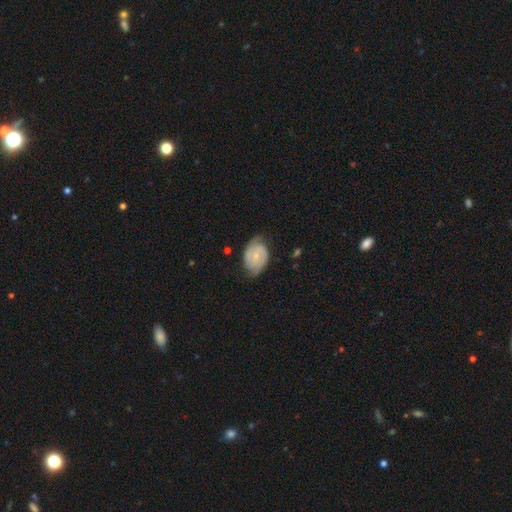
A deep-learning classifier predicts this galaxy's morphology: type=featured or disk (70%); edge-on=no (97%); bar=no (61%); spiral arms=yes (88%); winding=tight (47%); arm count=2 (77%); bulge=small (61%); merging=none (65%).